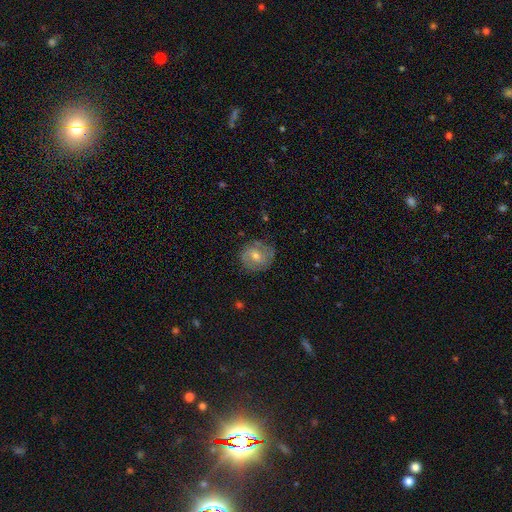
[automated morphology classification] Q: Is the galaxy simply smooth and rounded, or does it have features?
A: featured or disk — 55%.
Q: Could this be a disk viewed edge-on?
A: no — 96%.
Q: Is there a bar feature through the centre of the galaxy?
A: no — 57%.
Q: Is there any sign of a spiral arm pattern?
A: yes — 74%.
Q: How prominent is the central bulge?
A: moderate — 54%.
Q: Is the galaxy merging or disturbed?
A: none — 77%.